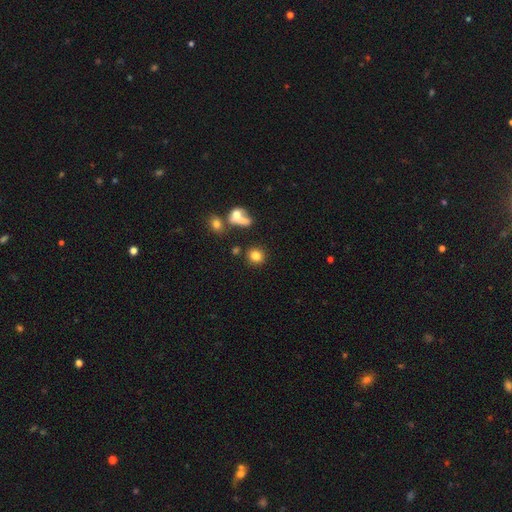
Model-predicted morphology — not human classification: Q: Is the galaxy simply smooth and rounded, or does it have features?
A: smooth — 80%.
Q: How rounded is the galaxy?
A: round — 85%.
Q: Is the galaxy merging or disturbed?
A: none — 81%.